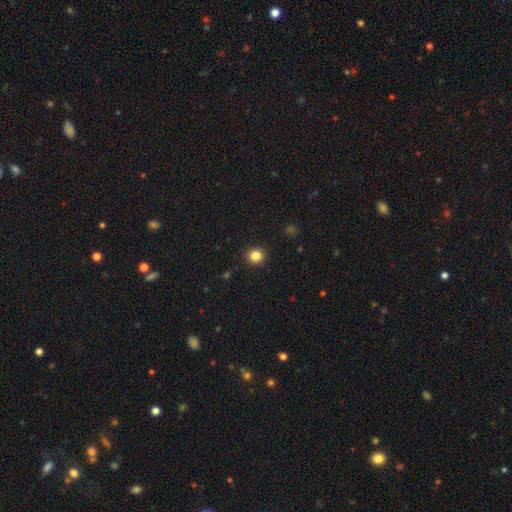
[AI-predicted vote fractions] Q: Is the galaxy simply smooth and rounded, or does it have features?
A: smooth — 84%.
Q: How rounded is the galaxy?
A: round — 92%.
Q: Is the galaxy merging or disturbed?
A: none — 92%.